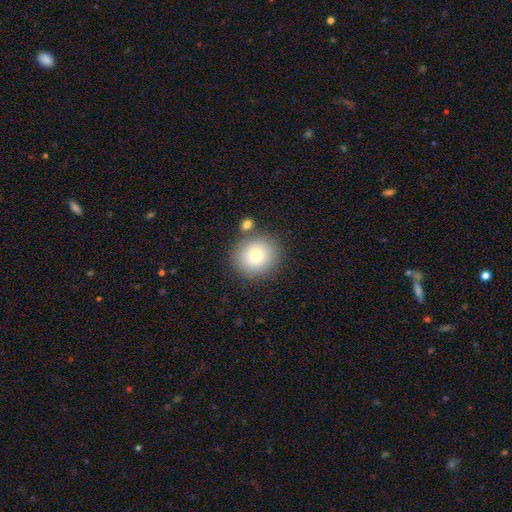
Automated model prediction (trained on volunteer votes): This appears to be a smooth galaxy with no disk features (76%) that is round (88%). Merging: none (79%).